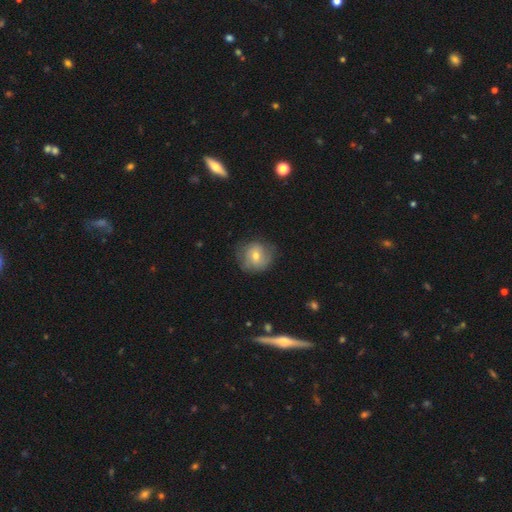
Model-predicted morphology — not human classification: Q: Smooth or featured?
A: smooth (58%); runner-up: featured or disk (34%)
Q: How rounded?
A: round (83%); runner-up: in between (16%)
Q: Merging?
A: none (70%); runner-up: minor disturbance (22%)